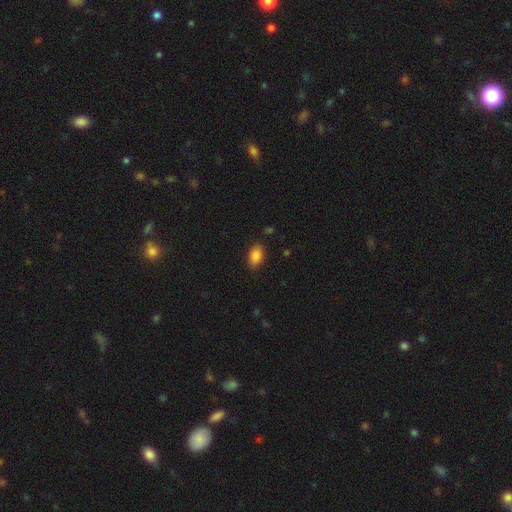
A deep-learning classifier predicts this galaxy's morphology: type=smooth (88%); roundness=in between (91%); merging=none (86%).